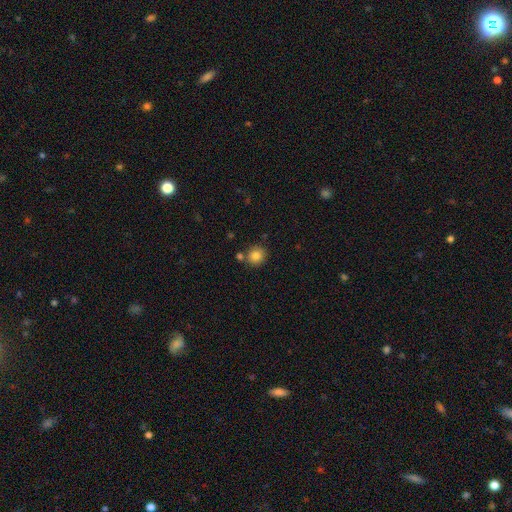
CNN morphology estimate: A smooth galaxy with no disk features (83%) that is round (89%). Merging: none (77%).